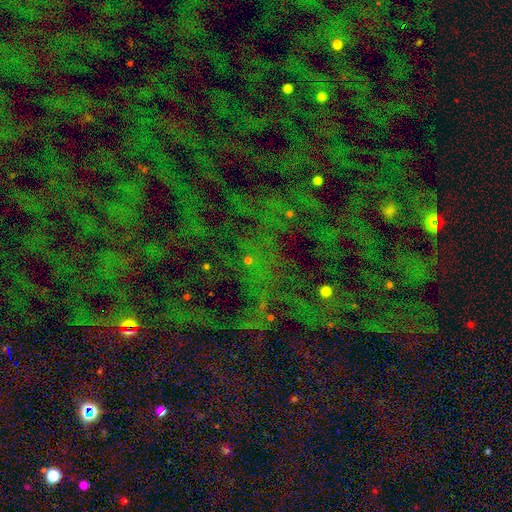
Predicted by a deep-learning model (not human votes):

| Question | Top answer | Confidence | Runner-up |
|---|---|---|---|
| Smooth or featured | star or artifact | 74% | smooth (17%) |